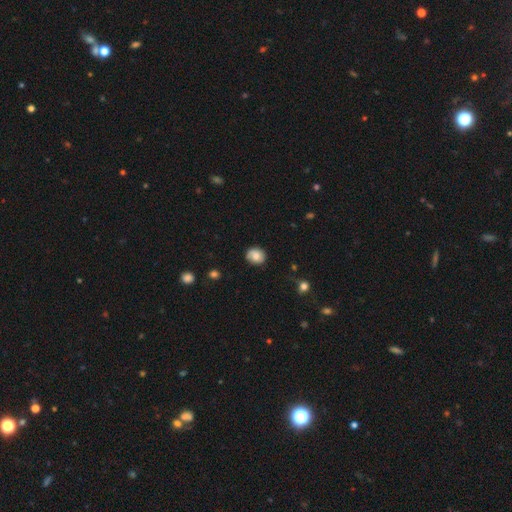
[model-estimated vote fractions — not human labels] smooth_or_featured: smooth (p=0.75) [alt: featured or disk p=0.16]
how_rounded: round (p=0.67) [alt: in between p=0.32]
merging: none (p=0.77) [alt: minor disturbance p=0.18]